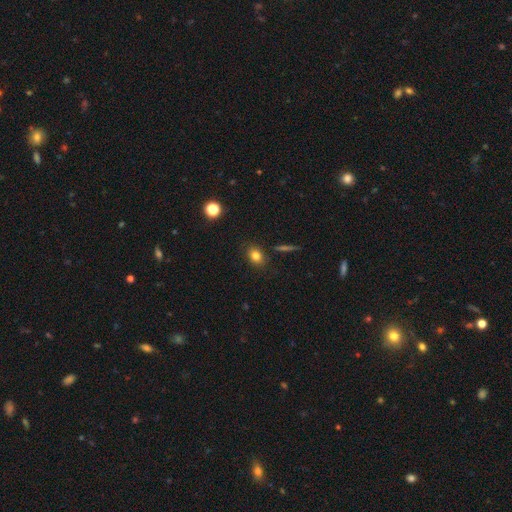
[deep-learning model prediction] A smooth galaxy with no disk features (80%) that is in between round and cigar-shaped (58%).

Vote fractions:
- Smooth or featured? smooth: 80% / star or artifact: 11% / featured or disk: 8%
- How rounded? in between: 58% / round: 40% / cigar-shaped: 2%
- Merging? none: 84% / minor disturbance: 10% / merger: 3% / major disturbance: 3%